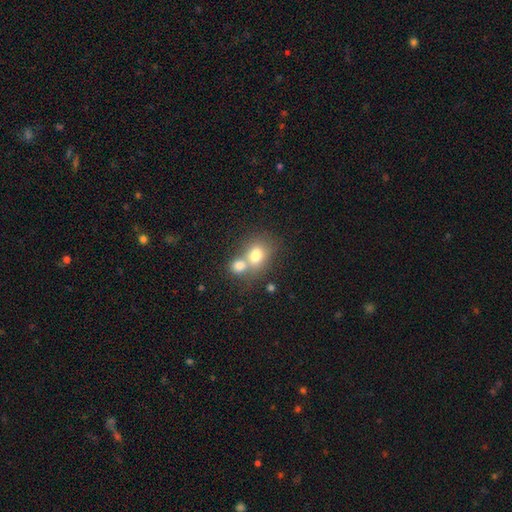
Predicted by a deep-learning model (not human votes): The model was most divided on "how rounded": in between: 50%, round: 49%, cigar-shaped: 1%. More confident: smooth or featured — smooth (75%); merging — merger (56%).